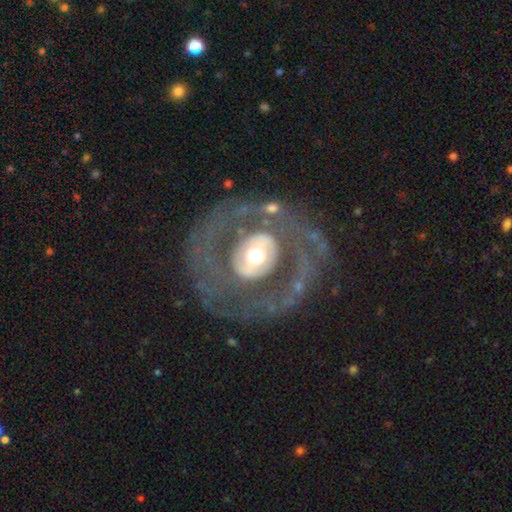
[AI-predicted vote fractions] Smooth or featured? Predicted: featured or disk (p=0.73). Edge-on disk? Predicted: no (p=0.95). Bar? Predicted: no (p=0.57). Spiral arms? Predicted: yes (p=0.54). Bulge size? Predicted: moderate (p=0.55). Merging? Predicted: none (p=0.69).